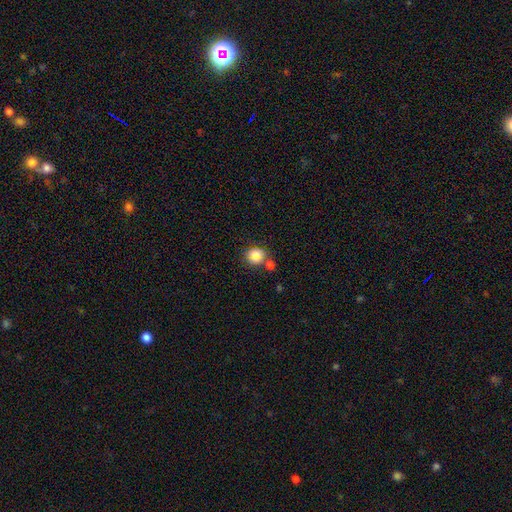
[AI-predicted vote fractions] smooth 76%, featured or disk 13%, star or artifact 11%. Down the decision tree: how rounded — round (73%); merging — none (54%).